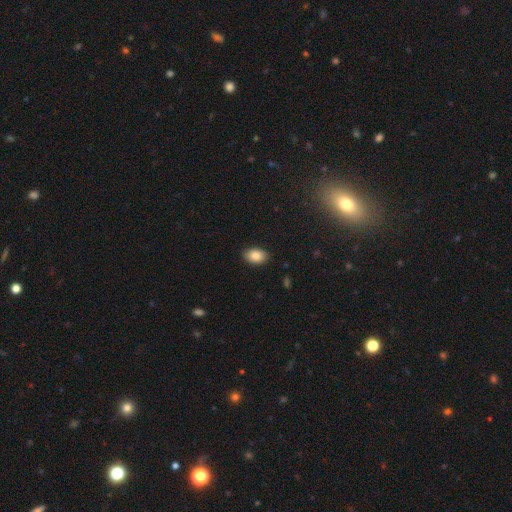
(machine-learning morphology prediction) Smooth or featured: smooth — 87% (star or artifact — 8%)
How rounded: in between — 87% (round — 12%)
Merging: none — 88% (minor disturbance — 9%)